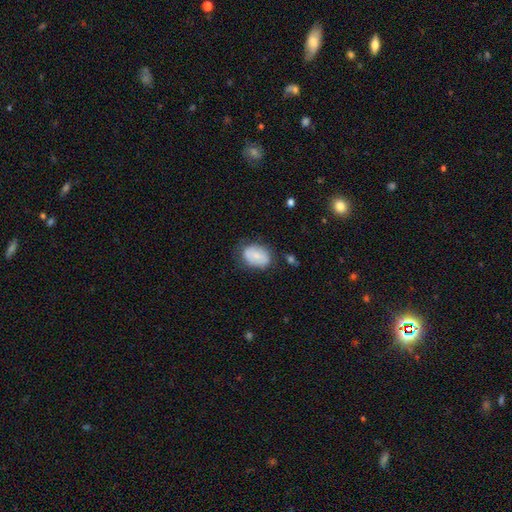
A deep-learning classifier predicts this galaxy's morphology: Smooth or featured?
  - smooth: 69% *
  - featured or disk: 24%
  - star or artifact: 7%
How rounded?
  - in between: 77% *
  - round: 22%
  - cigar-shaped: 1%
Merging?
  - none: 64% *
  - minor disturbance: 25%
  - major disturbance: 8%
  - merger: 3%